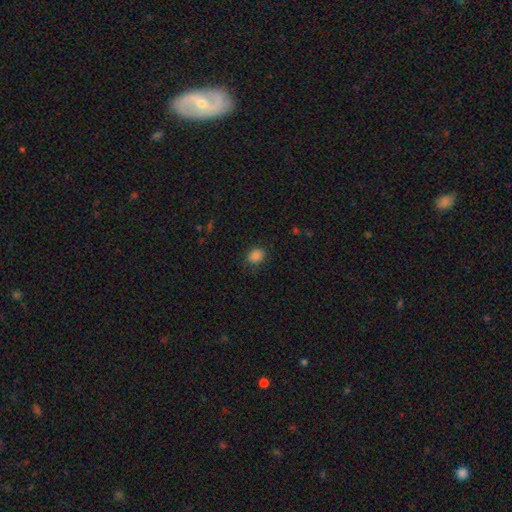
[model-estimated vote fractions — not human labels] Overall: smooth (85%). How rounded: in between (50%; round 49%). Merging: none (81%).